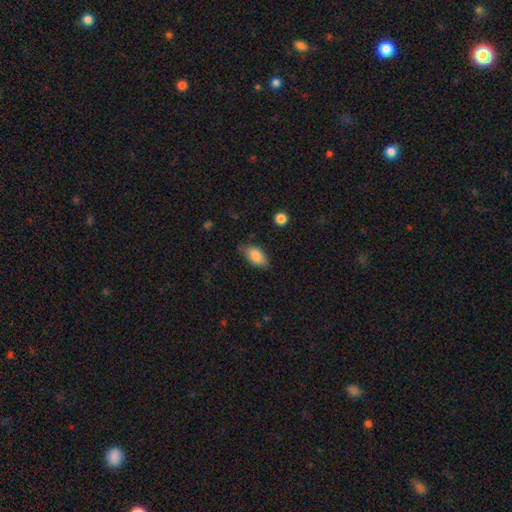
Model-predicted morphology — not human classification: Smooth or featured? Predicted: smooth (p=0.84). How rounded? Predicted: in between (p=0.92). Merging? Predicted: none (p=0.72).